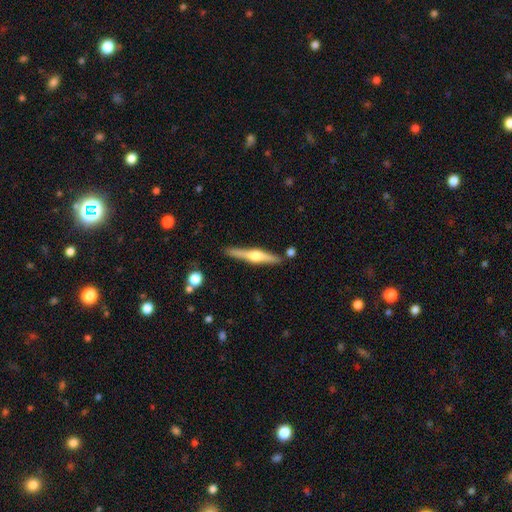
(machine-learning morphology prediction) The model was most divided on "smooth or featured": featured or disk: 73%, smooth: 22%, star or artifact: 5%. More confident: edge-on disk — yes (98%); edge-on bulge — rounded (92%); merging — none (86%).